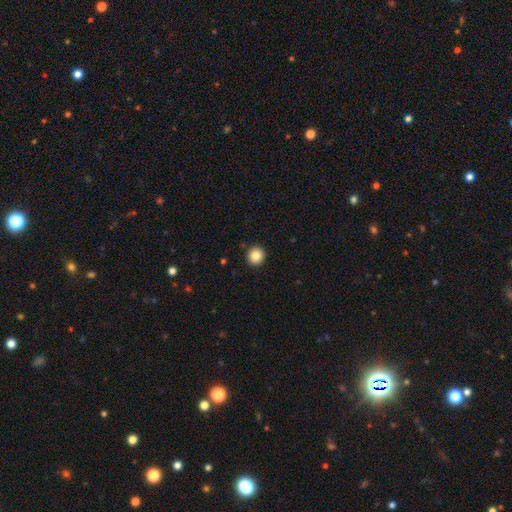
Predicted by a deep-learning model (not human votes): A smooth galaxy with no disk features (85%) that is round (90%).

Vote fractions:
- Smooth or featured? smooth: 85% / star or artifact: 10% / featured or disk: 6%
- How rounded? round: 90% / in between: 9% / cigar-shaped: 1%
- Merging? none: 92% / minor disturbance: 5% / major disturbance: 2% / merger: 1%